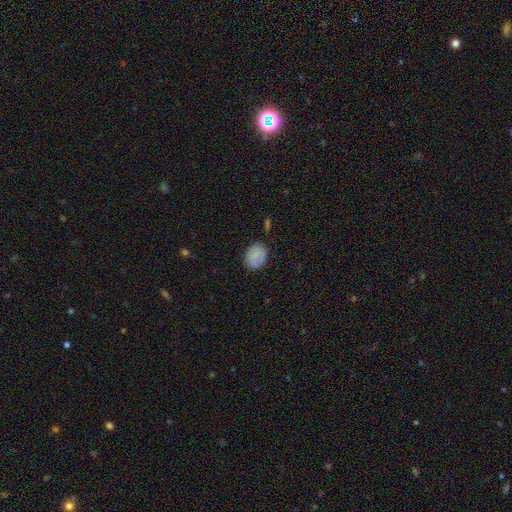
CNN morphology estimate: Smooth or featured? smooth (78%)
How rounded? in between (57%)
Merging? none (79%)